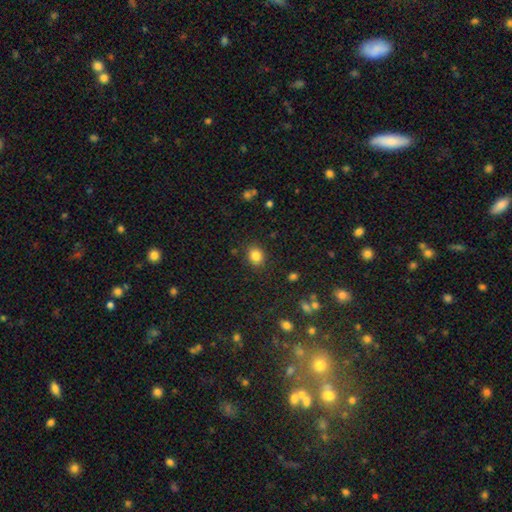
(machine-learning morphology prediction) smooth 83%, star or artifact 11%, featured or disk 5%. Down the decision tree: how rounded — round (62%); merging — none (84%).